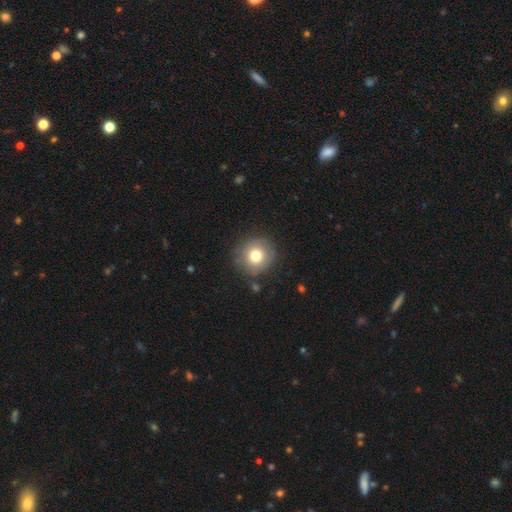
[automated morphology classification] Smooth or featured?
  - smooth: 76% *
  - featured or disk: 14%
  - star or artifact: 10%
How rounded?
  - round: 94% *
  - in between: 5%
  - cigar-shaped: 1%
Merging?
  - none: 84% *
  - minor disturbance: 11%
  - major disturbance: 4%
  - merger: 2%